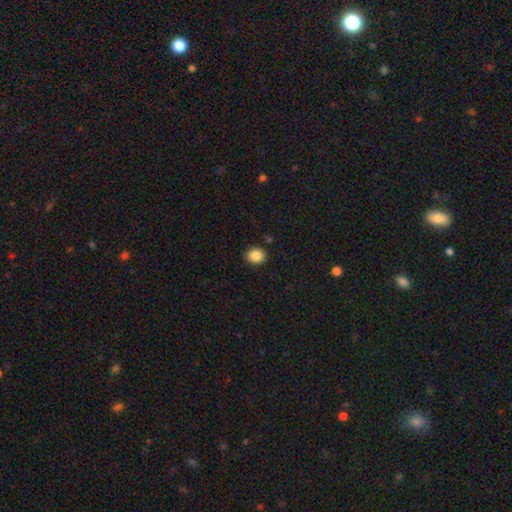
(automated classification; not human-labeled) smooth_or_featured: smooth (p=0.86) [alt: star or artifact p=0.09]
how_rounded: round (p=0.66) [alt: in between p=0.33]
merging: none (p=0.89) [alt: minor disturbance p=0.07]